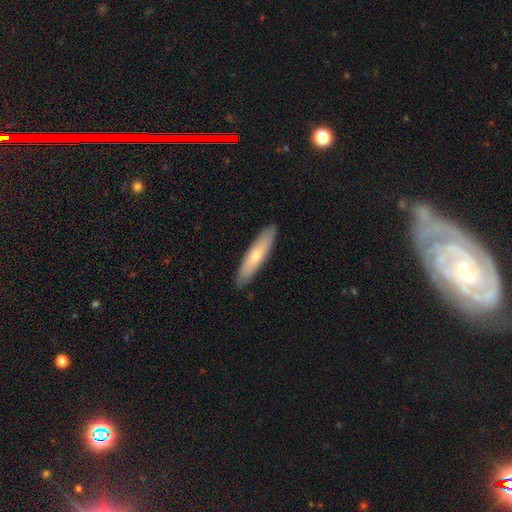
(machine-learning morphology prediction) This is likely a smooth galaxy (65%). How rounded: clearly cigar-shaped (80%). Merging: clearly none (89%).